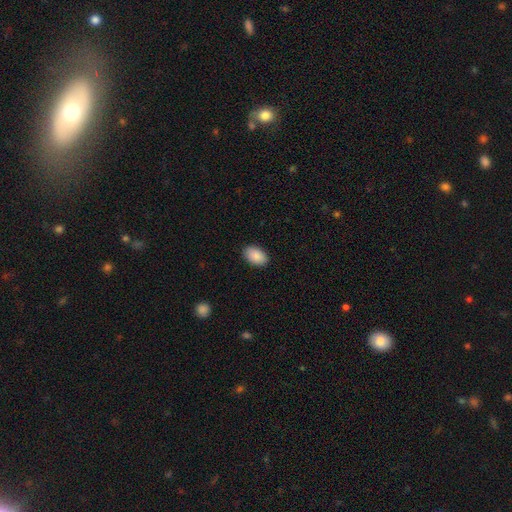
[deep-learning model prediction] This is clearly a smooth galaxy (90%). How rounded: clearly in between (93%). Merging: clearly none (89%).